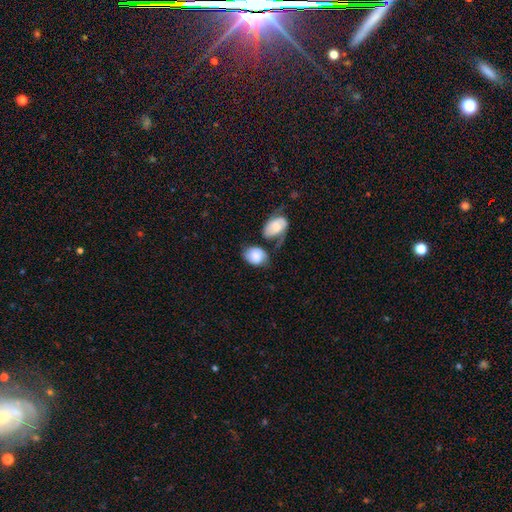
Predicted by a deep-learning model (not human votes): This is likely a smooth galaxy (73%). How rounded: likely in between (60%). Merging: marginally none (41%).